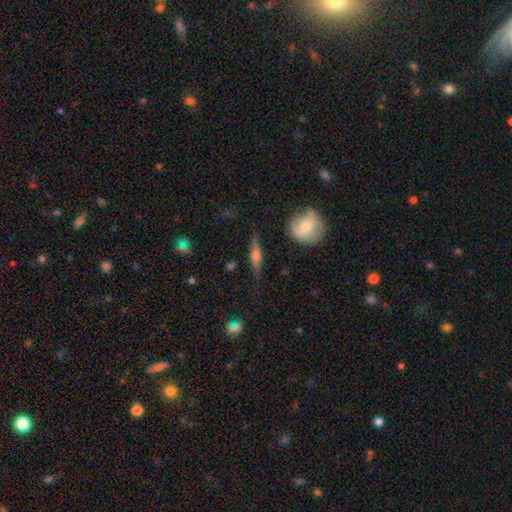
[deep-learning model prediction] The model was most divided on "smooth or featured": featured or disk: 60%, smooth: 33%, star or artifact: 7%. More confident: edge-on disk — yes (95%); merging — none (83%); edge-on bulge — rounded (82%).